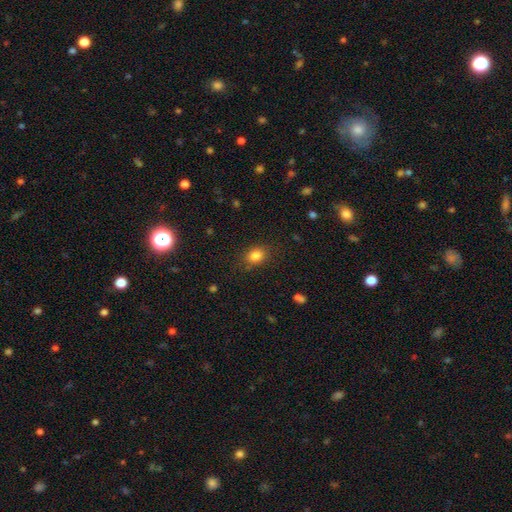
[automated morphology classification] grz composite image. It shows a smooth galaxy with no disk features (84%) that is in between round and cigar-shaped (59%). Merging: none (79%).